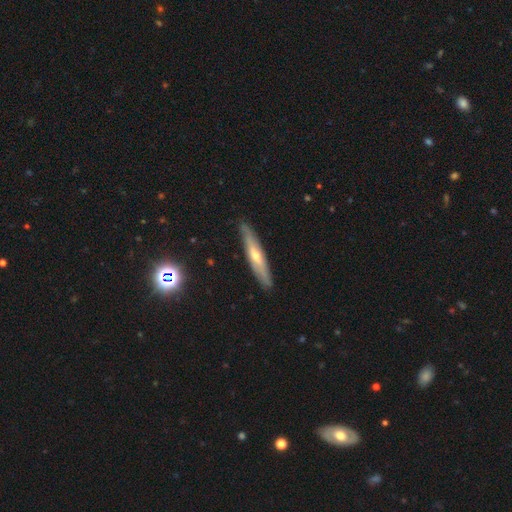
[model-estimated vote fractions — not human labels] This appears to be a featured or disk galaxy (56%) viewed edge-on (83%). Merging: none (87%).